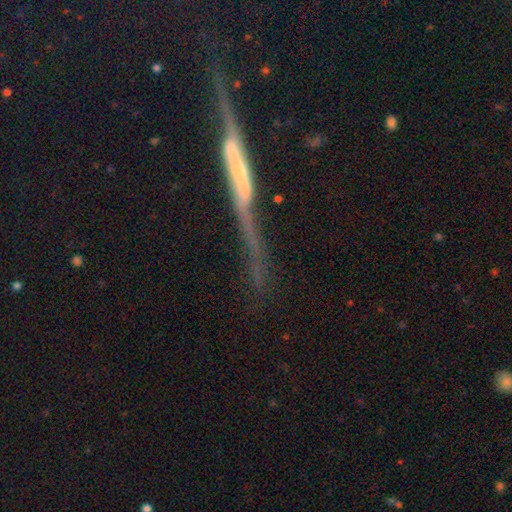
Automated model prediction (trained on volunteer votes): featured or disk 74%, star or artifact 13%, smooth 13%. Down the decision tree: edge-on disk — yes (90%); edge-on bulge — none (43%); merging — none (67%).